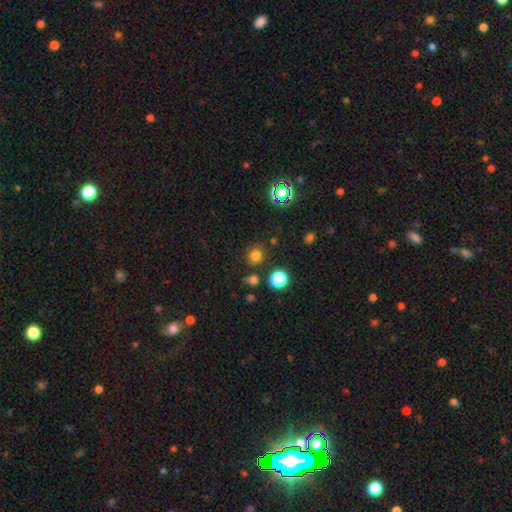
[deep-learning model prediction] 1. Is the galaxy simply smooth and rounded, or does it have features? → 76% smooth, 19% star or artifact, 5% featured or disk.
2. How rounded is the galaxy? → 89% round, 10% in between, 1% cigar-shaped.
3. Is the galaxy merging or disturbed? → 83% none, 9% minor disturbance, 5% merger, 3% major disturbance.